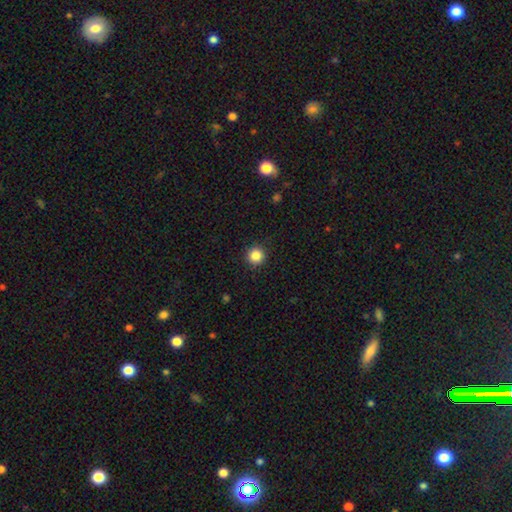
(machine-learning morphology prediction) smooth_or_featured: smooth (p=0.85) [alt: star or artifact p=0.11]
how_rounded: round (p=0.95) [alt: in between p=0.04]
merging: none (p=0.92) [alt: minor disturbance p=0.05]